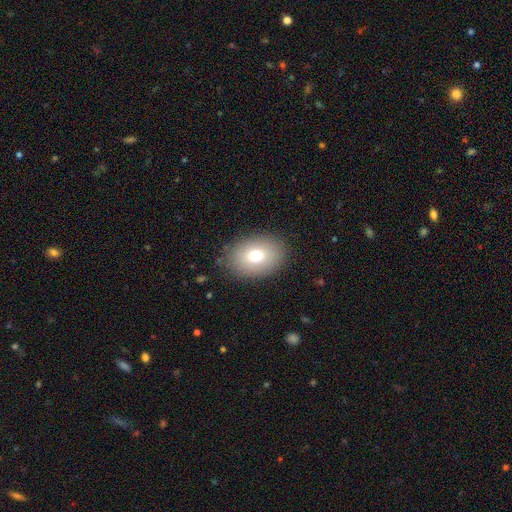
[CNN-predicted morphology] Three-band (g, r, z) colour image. It shows a smooth galaxy with no disk features (74%) that is in between round and cigar-shaped (75%). Merging: none (85%).